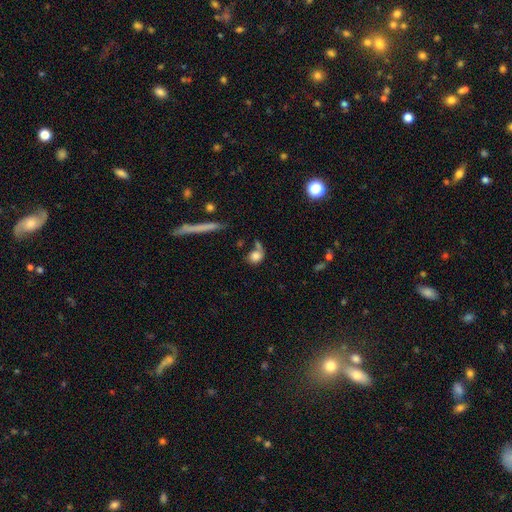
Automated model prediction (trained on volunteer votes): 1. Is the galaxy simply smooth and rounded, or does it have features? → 77% smooth, 14% featured or disk, 9% star or artifact.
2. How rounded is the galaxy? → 59% round, 35% in between, 6% cigar-shaped.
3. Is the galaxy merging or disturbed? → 45% none, 23% merger, 18% minor disturbance, 13% major disturbance.